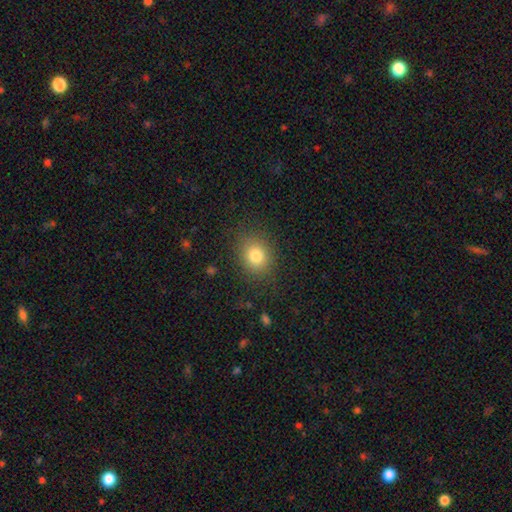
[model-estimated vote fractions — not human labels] smooth_or_featured: smooth (p=0.80) [alt: star or artifact p=0.11]
how_rounded: round (p=0.62) [alt: in between p=0.37]
merging: none (p=0.83) [alt: minor disturbance p=0.11]